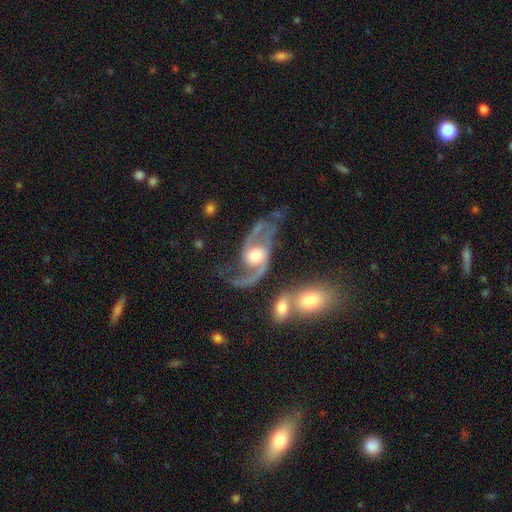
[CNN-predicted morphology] A featured or disk galaxy (90%) with no bar (60%), 2 (90%) loose (48%) spiral arms (97%) and a moderate central bulge (62%).

Vote fractions:
- Smooth or featured? featured or disk: 90% / smooth: 5% / star or artifact: 4%
- Edge-on disk? no: 97% / yes: 3%
- Bar? no: 60% / weak: 30% / strong: 9%
- Spiral arms? yes: 97% / no: 3%
- Spiral winding? loose: 48% / medium: 42% / tight: 9%
- Spiral arm count? 2: 90% / 1: 4% / can't tell: 2% / 3: 2% / 4: 1% / more than 4: 1%
- Bulge size? moderate: 62% / large: 24% / small: 10% / dominant: 2% / none: 2%
- Merging? none: 52% / major disturbance: 18% / minor disturbance: 18% / merger: 12%